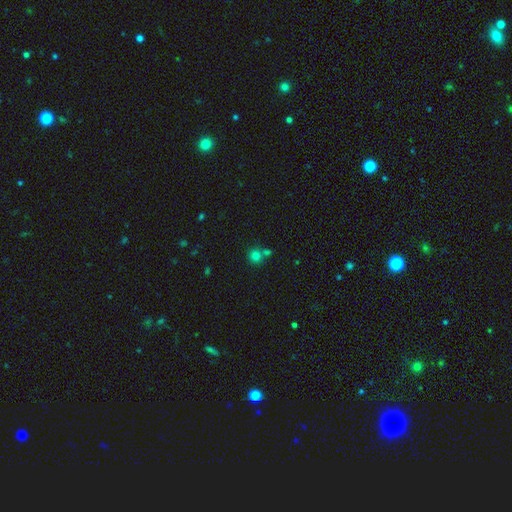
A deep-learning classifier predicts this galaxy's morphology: Q: Smooth or featured?
A: smooth (77%); runner-up: star or artifact (16%)
Q: How rounded?
A: round (90%); runner-up: in between (9%)
Q: Merging?
A: none (61%); runner-up: merger (28%)